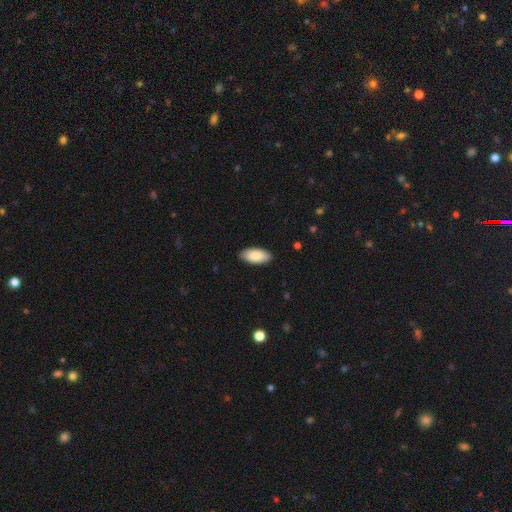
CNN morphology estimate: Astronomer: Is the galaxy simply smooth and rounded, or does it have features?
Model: smooth — 85%.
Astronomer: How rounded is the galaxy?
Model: in between — 93%.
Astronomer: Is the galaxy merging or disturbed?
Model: none — 88%.